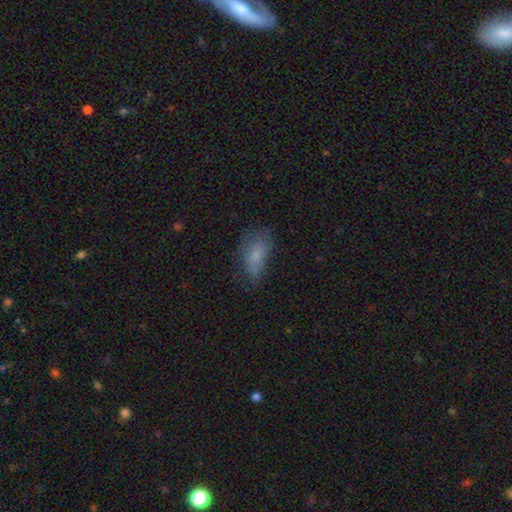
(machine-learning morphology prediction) Q: Smooth or featured?
A: smooth (75%); runner-up: featured or disk (14%)
Q: How rounded?
A: in between (87%); runner-up: cigar-shaped (8%)
Q: Merging?
A: none (50%); runner-up: minor disturbance (31%)